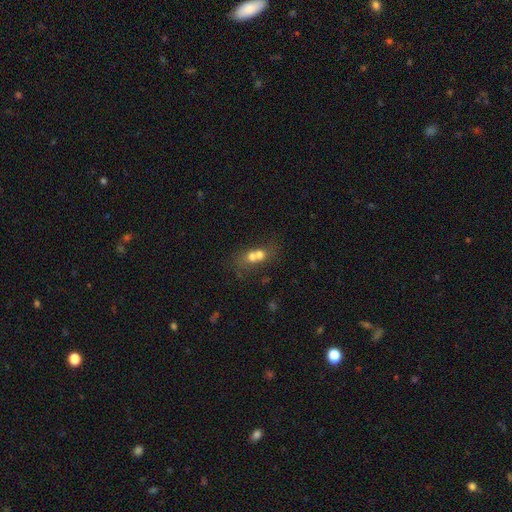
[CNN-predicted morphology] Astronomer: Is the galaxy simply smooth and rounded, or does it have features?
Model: smooth — 62%.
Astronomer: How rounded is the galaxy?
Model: round — 59% (runner-up: in between, 38%).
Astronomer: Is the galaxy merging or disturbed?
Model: merger — 69%.